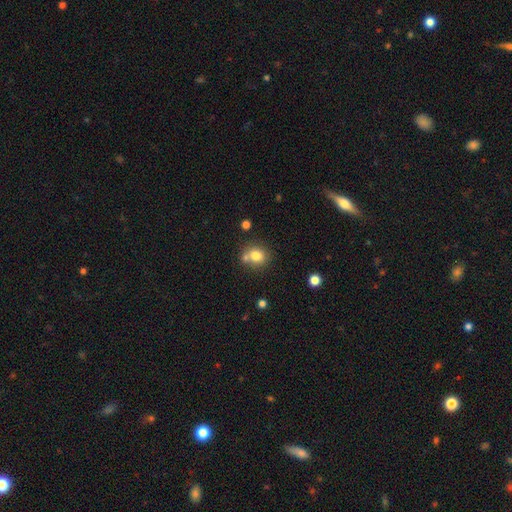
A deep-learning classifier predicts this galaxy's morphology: This is likely a smooth galaxy (78%). How rounded: likely round (76%). Merging: likely none (60%).